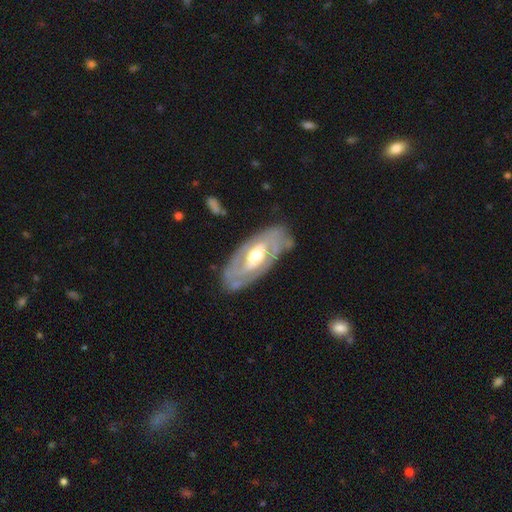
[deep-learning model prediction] The model was most divided on "bar": no: 41%, weak: 36%, strong: 23%. More confident: edge-on disk — no (92%); spiral arms — yes (85%); smooth or featured — featured or disk (84%); merging — none (78%); bulge size — moderate (69%); spiral arm count — 2 (66%); spiral winding — tight (57%).